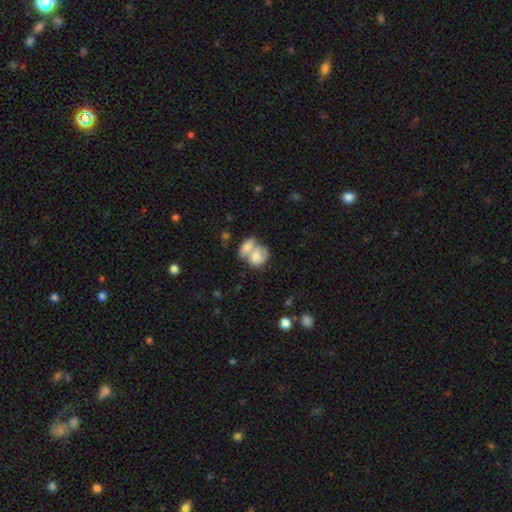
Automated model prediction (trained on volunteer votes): Overall: smooth (70%). How rounded: in between (62%; round 36%). Merging: merger (69%).